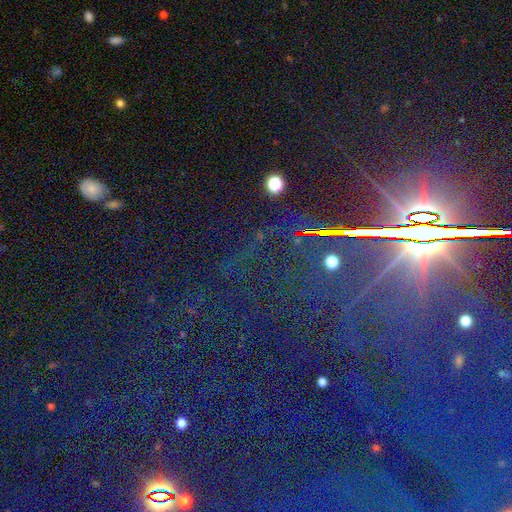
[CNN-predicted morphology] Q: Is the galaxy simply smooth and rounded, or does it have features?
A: star or artifact — 85%.